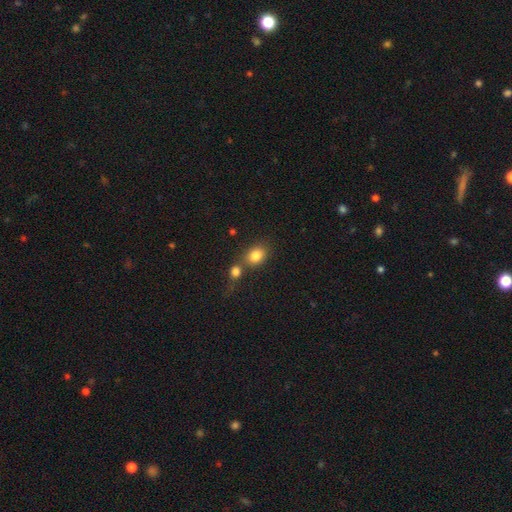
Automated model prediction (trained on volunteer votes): Smooth or featured: smooth — 82% (star or artifact — 10%)
How rounded: in between — 54% (round — 44%)
Merging: none — 52% (merger — 34%)